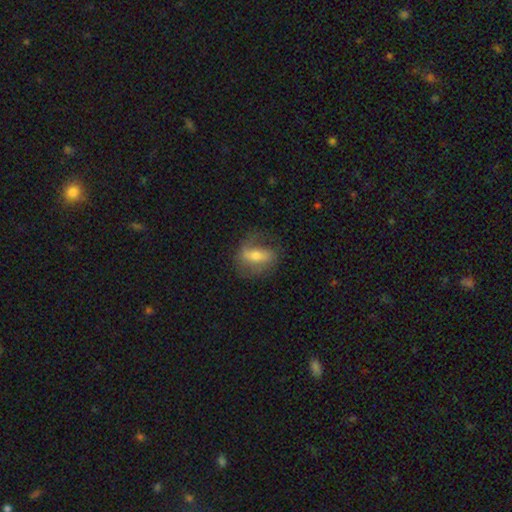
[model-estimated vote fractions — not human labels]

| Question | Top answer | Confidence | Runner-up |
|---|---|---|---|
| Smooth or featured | featured or disk | 59% | smooth (32%) |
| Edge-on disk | no | 87% | yes (13%) |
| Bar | strong | 46% | weak (33%) |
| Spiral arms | yes | 71% | no (29%) |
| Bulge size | moderate | 57% | small (34%) |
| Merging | none | 63% | minor disturbance (21%) |